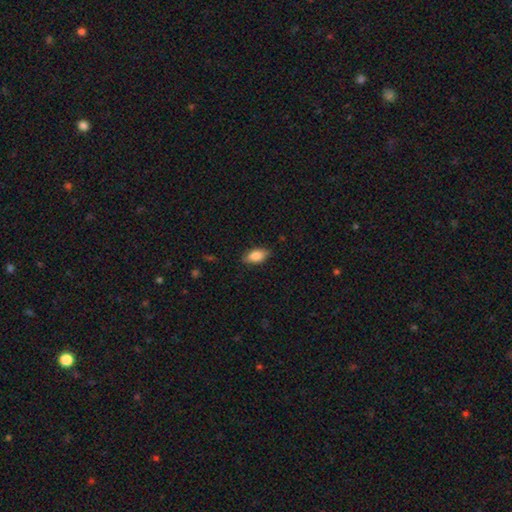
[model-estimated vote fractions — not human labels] Q: Smooth or featured?
A: smooth (83%); runner-up: featured or disk (10%)
Q: How rounded?
A: in between (89%); runner-up: cigar-shaped (6%)
Q: Merging?
A: none (82%); runner-up: minor disturbance (15%)